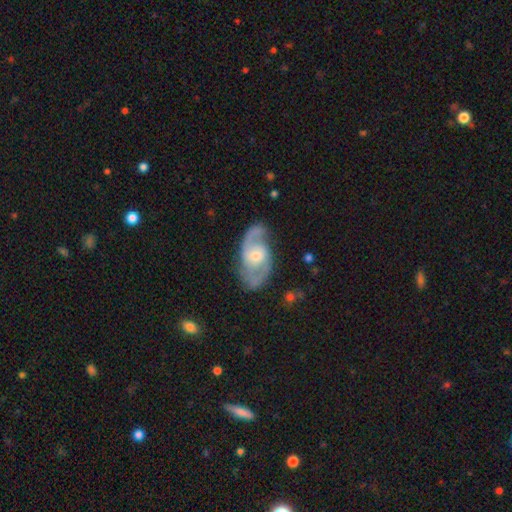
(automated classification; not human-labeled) smooth_or_featured: featured or disk (p=0.83) [alt: smooth p=0.12]
disk_edge_on: no (p=0.96) [alt: yes p=0.04]
bar: no (p=0.49) [alt: weak p=0.41]
has_spiral_arms: yes (p=0.92) [alt: no p=0.08]
spiral_winding: medium (p=0.54) [alt: loose p=0.24]
spiral_arm_count: 2 (p=0.87) [alt: can't tell p=0.06]
bulge_size: moderate (p=0.52) [alt: small p=0.41]
merging: none (p=0.76) [alt: minor disturbance p=0.16]